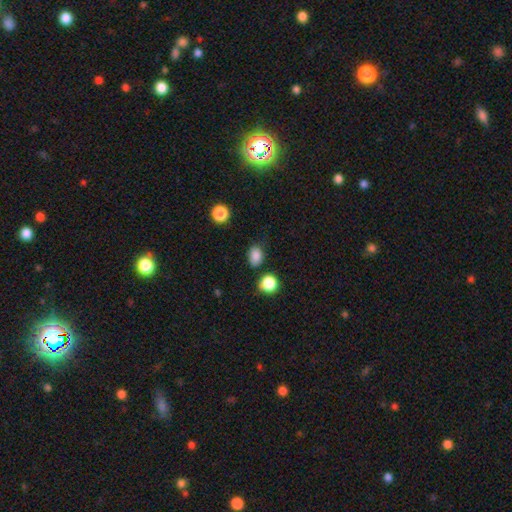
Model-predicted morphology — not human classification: Smooth or featured? Predicted: smooth (p=0.84). How rounded? Predicted: in between (p=0.69). Merging? Predicted: none (p=0.75).